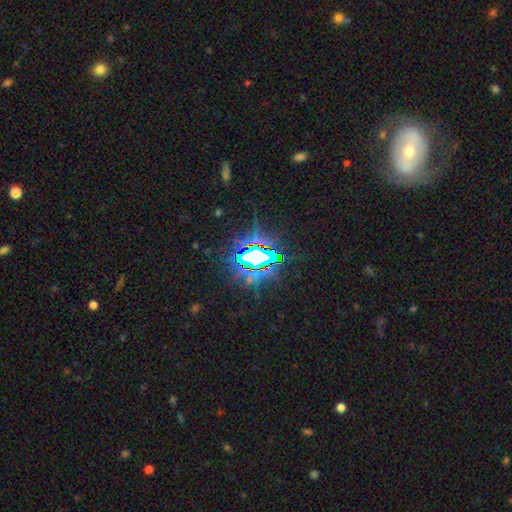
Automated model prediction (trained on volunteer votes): A star or artifact, not a galaxy (77%).